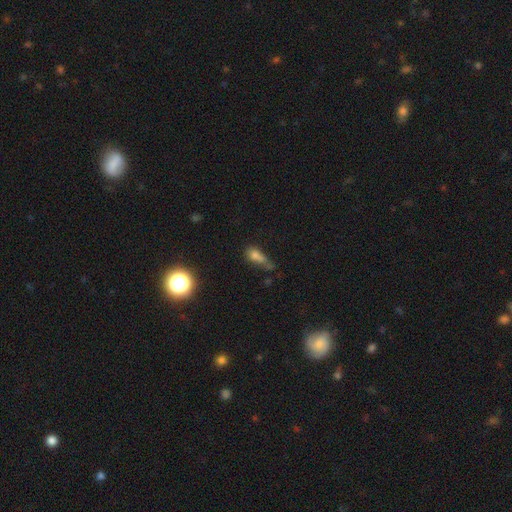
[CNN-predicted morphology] Smooth or featured? Predicted: smooth (p=0.66). How rounded? Predicted: in between (p=0.64). Merging? Predicted: none (p=0.29).